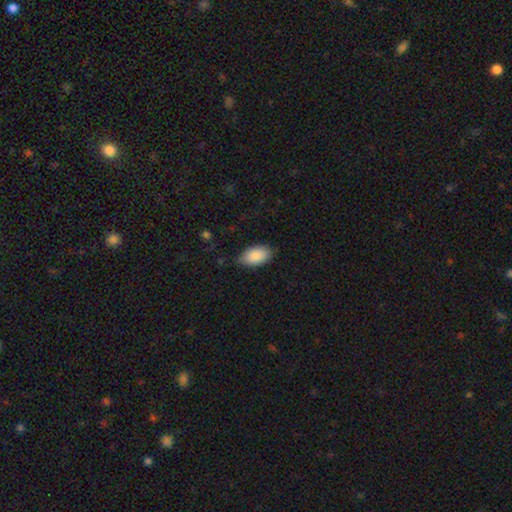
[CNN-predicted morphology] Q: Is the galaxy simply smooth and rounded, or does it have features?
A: smooth — 89%.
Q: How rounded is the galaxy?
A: in between — 94%.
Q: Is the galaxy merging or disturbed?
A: none — 76%.